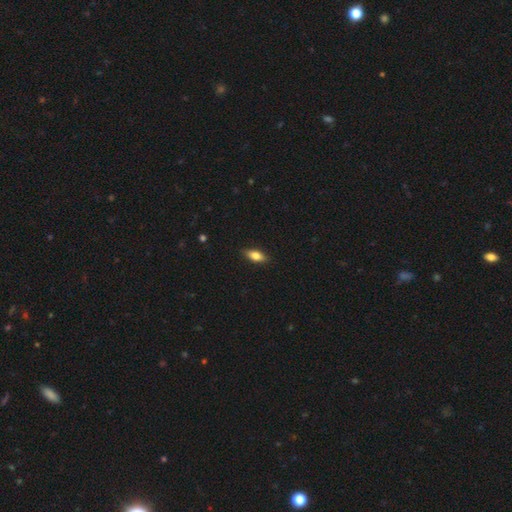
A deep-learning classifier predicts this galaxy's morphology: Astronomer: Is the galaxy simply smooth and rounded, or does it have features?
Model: smooth — 76%.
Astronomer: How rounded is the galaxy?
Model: in between — 81%.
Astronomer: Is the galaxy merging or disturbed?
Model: none — 88%.